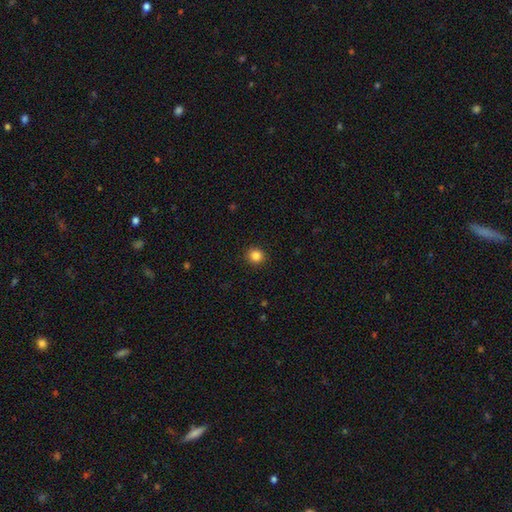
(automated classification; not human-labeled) Smooth or featured?
  - smooth: 85% *
  - star or artifact: 11%
  - featured or disk: 4%
How rounded?
  - round: 91% *
  - in between: 8%
  - cigar-shaped: 1%
Merging?
  - none: 92% *
  - minor disturbance: 5%
  - major disturbance: 2%
  - merger: 1%